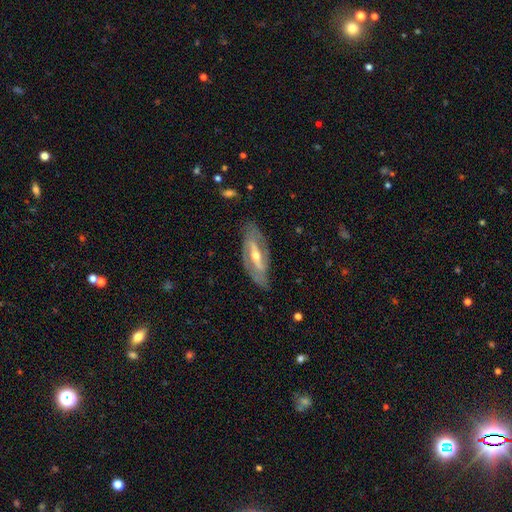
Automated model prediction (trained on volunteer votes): smooth-or-featured: featured or disk: 81% | smooth: 13% | star or artifact: 6%
  disk-edge-on: no: 80% | yes: 20%
    bar: strong: 51% | weak: 33% | no: 16%
    has-spiral-arms: yes: 80% | no: 20%
      spiral-winding: medium: 41% (tied) | tight: 41% (tied) | loose: 19%
      spiral-arm-count: 2: 78% | can't tell: 15% | 1: 3% | 3: 2% | 4: 1% | more than 4: 1%
    bulge-size: moderate: 57% | small: 39% | large: 3% | none: 1% | dominant: 1%
  merging: none: 80% | minor disturbance: 14% | major disturbance: 4% | merger: 1%